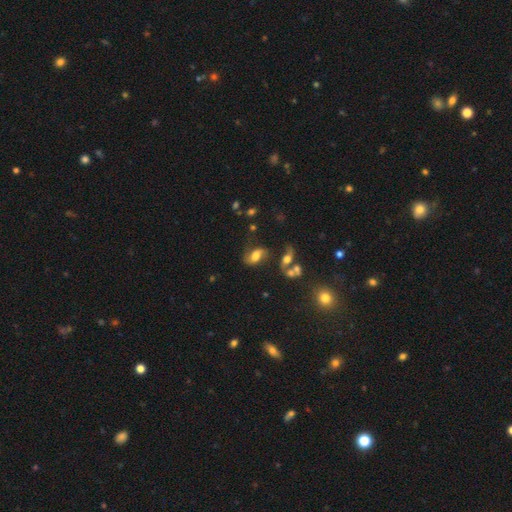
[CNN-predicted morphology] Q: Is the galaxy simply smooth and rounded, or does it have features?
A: featured or disk — 48%.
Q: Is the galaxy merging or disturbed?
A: none — 52%.